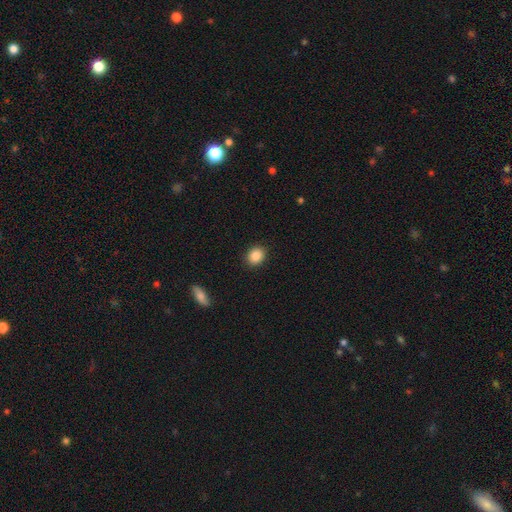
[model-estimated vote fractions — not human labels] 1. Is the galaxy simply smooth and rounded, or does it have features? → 87% smooth, 9% star or artifact, 5% featured or disk.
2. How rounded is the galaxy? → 59% round, 39% in between, 1% cigar-shaped.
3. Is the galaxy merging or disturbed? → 90% none, 7% minor disturbance, 2% major disturbance, 1% merger.